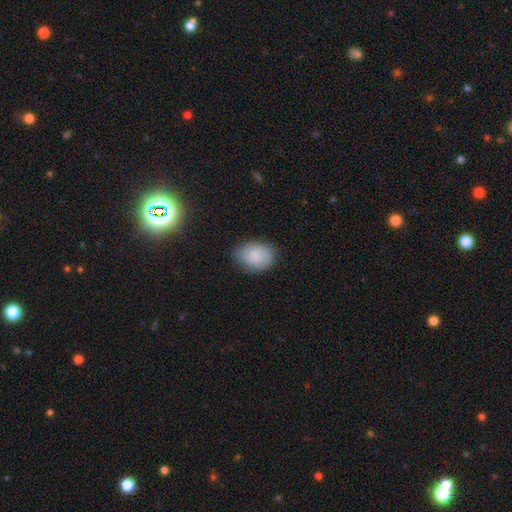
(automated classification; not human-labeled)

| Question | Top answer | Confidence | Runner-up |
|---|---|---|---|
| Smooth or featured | smooth | 86% | featured or disk (7%) |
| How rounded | in between | 71% | round (28%) |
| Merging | none | 80% | minor disturbance (15%) |